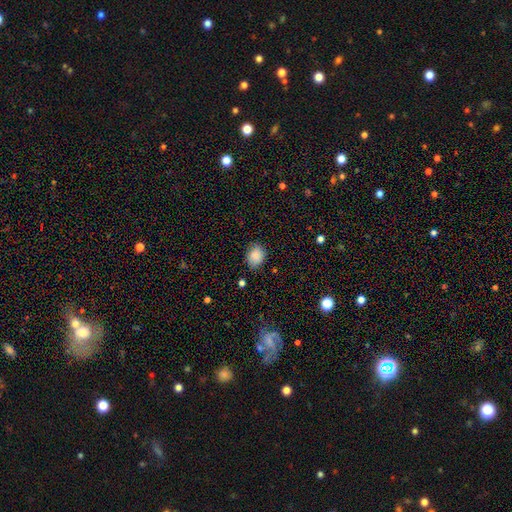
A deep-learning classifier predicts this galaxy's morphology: This is clearly a smooth galaxy (87%). How rounded: possibly in between (53%). Merging: likely none (79%).